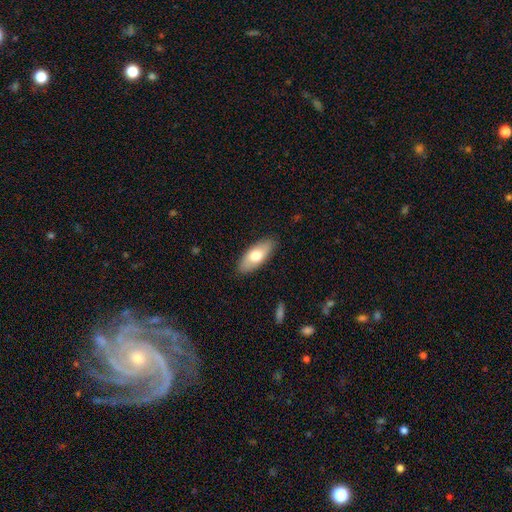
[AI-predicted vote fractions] Smooth or featured? Predicted: smooth (p=0.70). How rounded? Predicted: in between (p=0.83). Merging? Predicted: none (p=0.87).